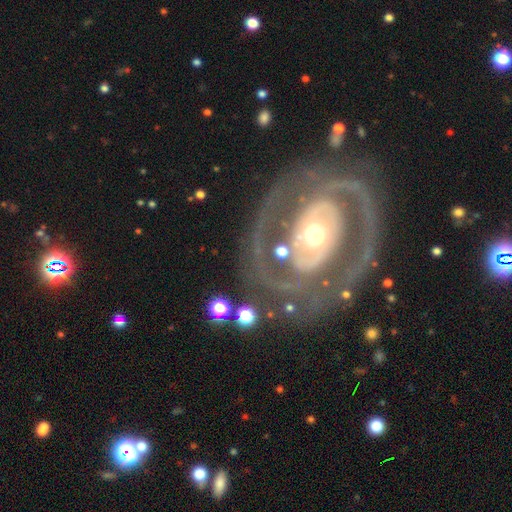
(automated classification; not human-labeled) featured or disk 87%, smooth 9%, star or artifact 5%. Down the decision tree: edge-on disk — no (96%); bar — no (55%); spiral arms — yes (82%); spiral arm count — 2 (65%); spiral winding — tight (57%); bulge size — moderate (59%); merging — none (74%).